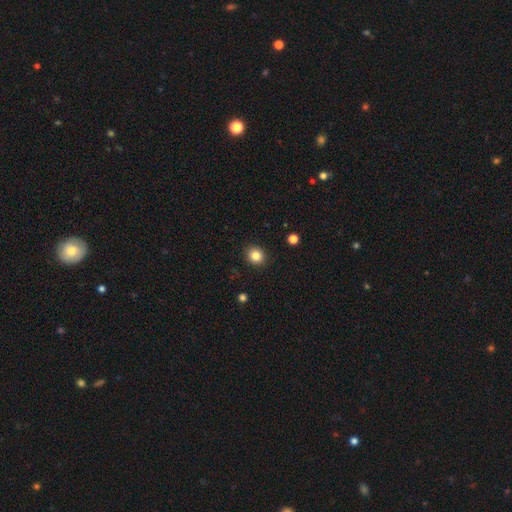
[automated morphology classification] Smooth or featured?
  - smooth: 84% *
  - star or artifact: 11%
  - featured or disk: 5%
How rounded?
  - round: 81% *
  - in between: 18%
  - cigar-shaped: 1%
Merging?
  - none: 91% *
  - minor disturbance: 6%
  - major disturbance: 2%
  - merger: 1%